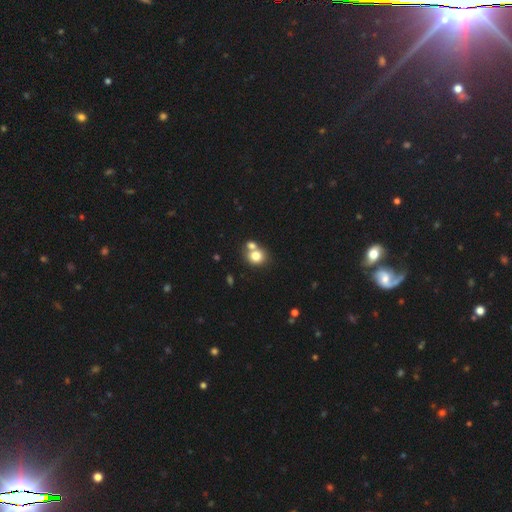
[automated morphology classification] Smooth or featured? Predicted: smooth (p=0.78). How rounded? Predicted: round (p=0.70). Merging? Predicted: none (p=0.48).